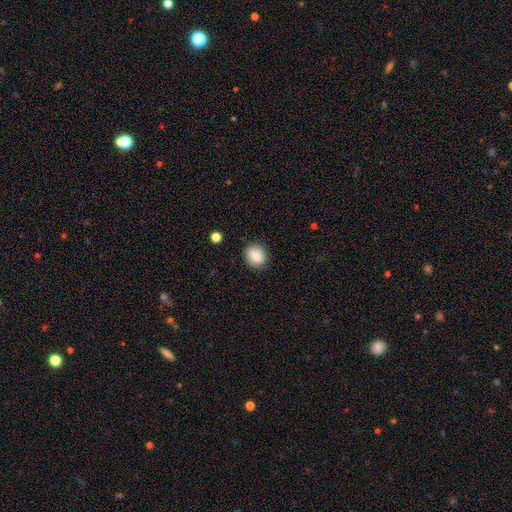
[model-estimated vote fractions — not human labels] smooth 78%, featured or disk 13%, star or artifact 9%. Down the decision tree: how rounded — round (77%); merging — none (85%).